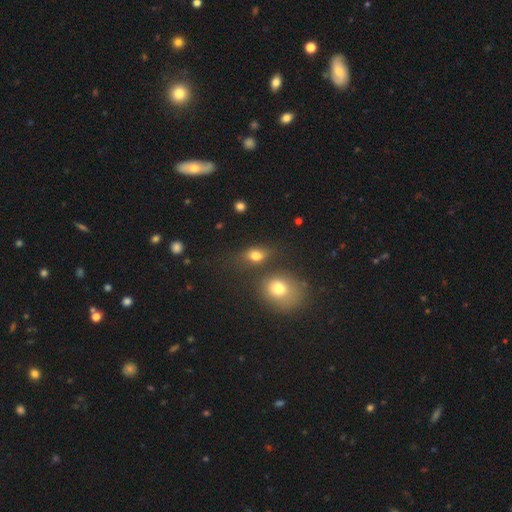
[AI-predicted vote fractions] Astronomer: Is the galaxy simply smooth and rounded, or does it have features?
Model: smooth — 77%.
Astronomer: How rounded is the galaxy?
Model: in between — 71%.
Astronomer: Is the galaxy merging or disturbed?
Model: none — 56%.